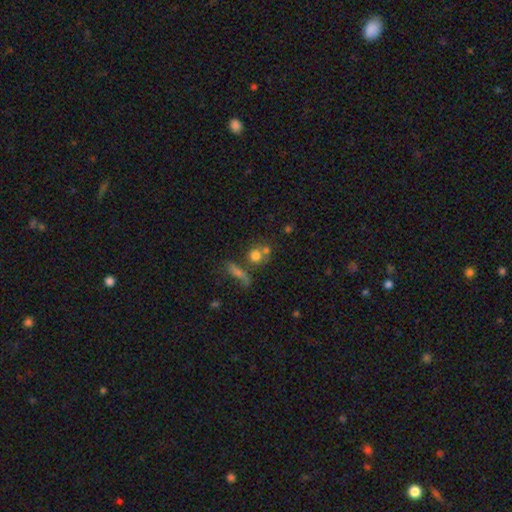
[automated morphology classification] smooth-or-featured: smooth: 72% | featured or disk: 14% | star or artifact: 14%
  how-rounded: round: 82% | in between: 15% | cigar-shaped: 4%
  merging: none: 48% | merger: 36% | minor disturbance: 10% | major disturbance: 7%